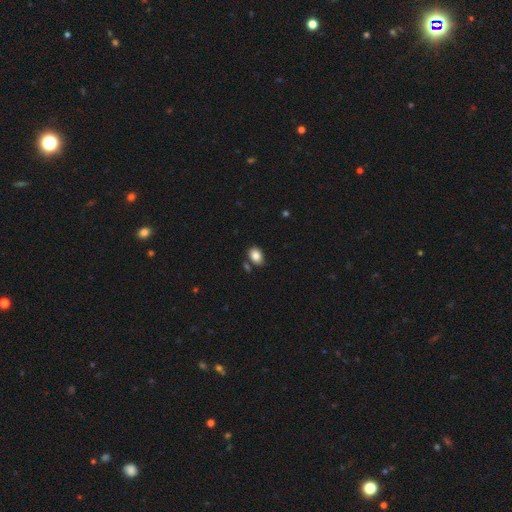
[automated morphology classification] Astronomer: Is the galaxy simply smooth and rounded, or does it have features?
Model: smooth — 85%.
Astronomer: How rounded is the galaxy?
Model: in between — 79%.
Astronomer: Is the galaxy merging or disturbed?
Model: none — 74%.